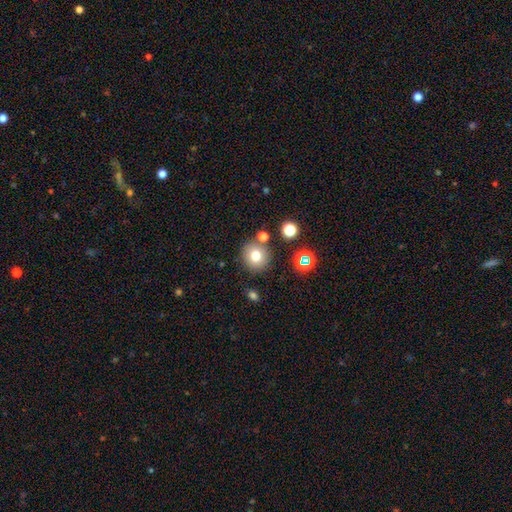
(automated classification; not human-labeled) smooth 74%, star or artifact 15%, featured or disk 11%. Down the decision tree: how rounded — round (91%); merging — none (80%).